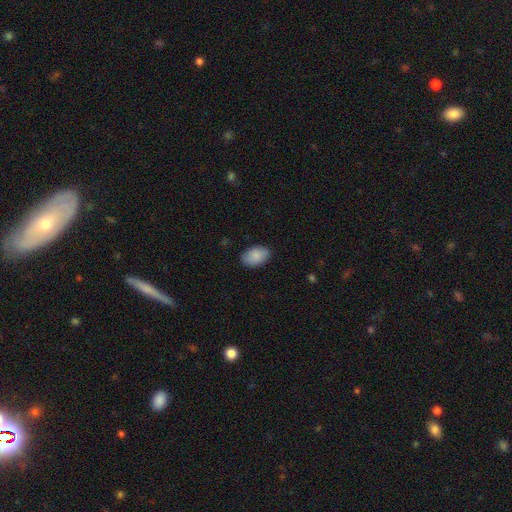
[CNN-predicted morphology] A smooth galaxy with no disk features (89%) that is in between round and cigar-shaped (91%). Merging: none (86%).